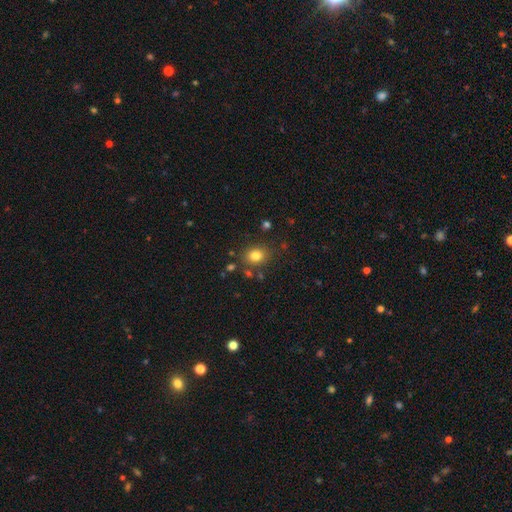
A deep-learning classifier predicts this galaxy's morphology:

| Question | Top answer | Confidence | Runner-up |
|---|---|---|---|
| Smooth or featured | smooth | 81% | star or artifact (12%) |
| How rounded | round | 56% | in between (43%) |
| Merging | none | 81% | minor disturbance (11%) |